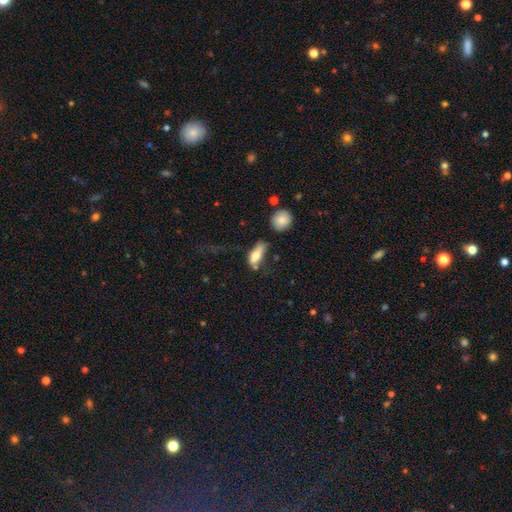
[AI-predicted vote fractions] smooth_or_featured: smooth (p=0.73) [alt: featured or disk p=0.19]
how_rounded: in between (p=0.74) [alt: cigar-shaped p=0.22]
merging: none (p=0.34) [alt: minor disturbance p=0.32]